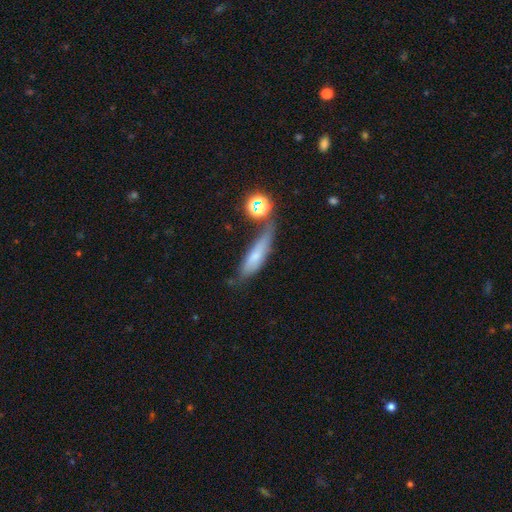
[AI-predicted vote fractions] Smooth or featured: smooth — 64% (featured or disk — 25%)
How rounded: cigar-shaped — 64% (in between — 32%)
Merging: none — 43% (minor disturbance — 28%)